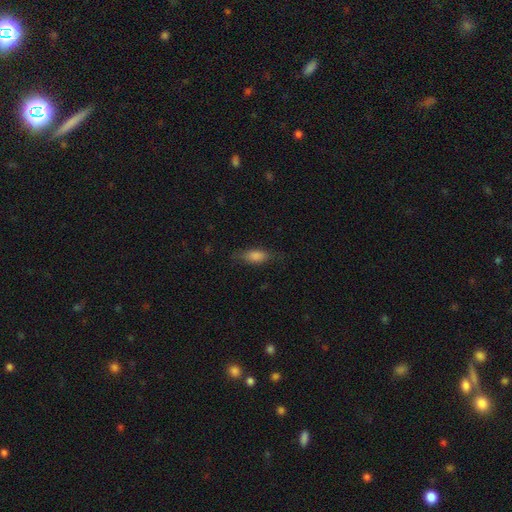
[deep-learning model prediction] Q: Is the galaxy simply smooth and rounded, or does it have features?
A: smooth — 78%.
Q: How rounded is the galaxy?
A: in between — 69%.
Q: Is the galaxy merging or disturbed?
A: none — 74%.